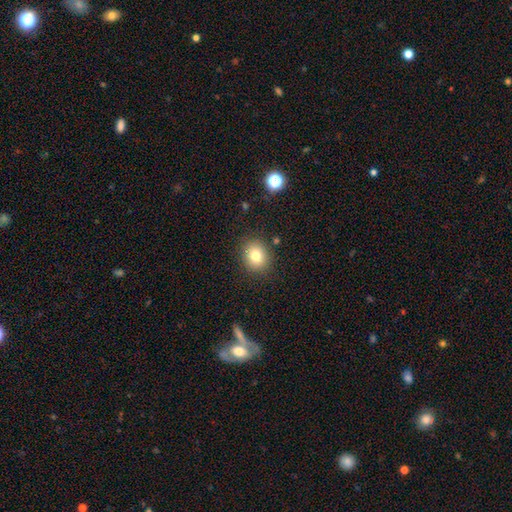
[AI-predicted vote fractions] Overall: smooth (79%). How rounded: round (66%; in between 33%). Merging: none (86%).